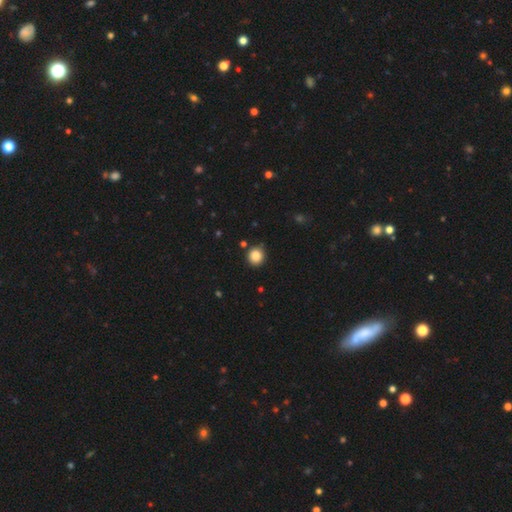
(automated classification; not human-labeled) Q: Smooth or featured?
A: smooth (86%); runner-up: star or artifact (10%)
Q: How rounded?
A: round (88%); runner-up: in between (11%)
Q: Merging?
A: none (84%); runner-up: minor disturbance (11%)